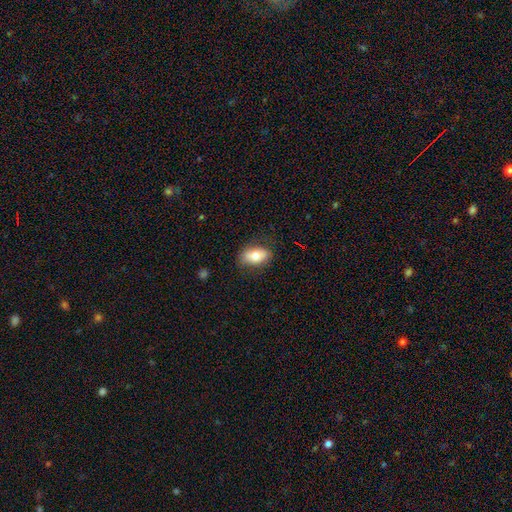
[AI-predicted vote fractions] smooth-or-featured: smooth: 74% | featured or disk: 19% | star or artifact: 7%
  how-rounded: in between: 89% | round: 8% | cigar-shaped: 3%
  merging: none: 80% | minor disturbance: 15% | major disturbance: 4% | merger: 1%